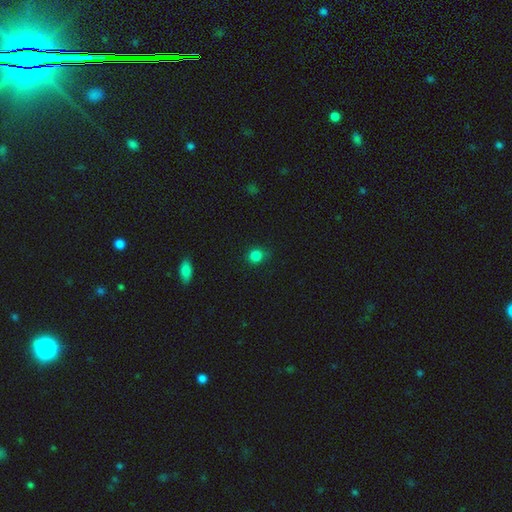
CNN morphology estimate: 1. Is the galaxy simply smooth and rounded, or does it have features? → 84% smooth, 13% star or artifact, 4% featured or disk.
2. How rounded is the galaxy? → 84% round, 15% in between, 1% cigar-shaped.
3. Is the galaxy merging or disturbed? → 80% none, 15% minor disturbance, 3% major disturbance, 2% merger.